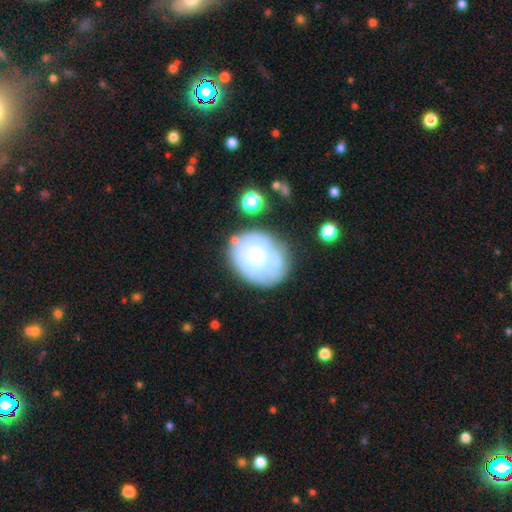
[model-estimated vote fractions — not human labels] This appears to be a featured or disk galaxy (64%) with no bar (77%), spiral arms (64%) and a moderate central bulge (57%). Merging: none (53%).